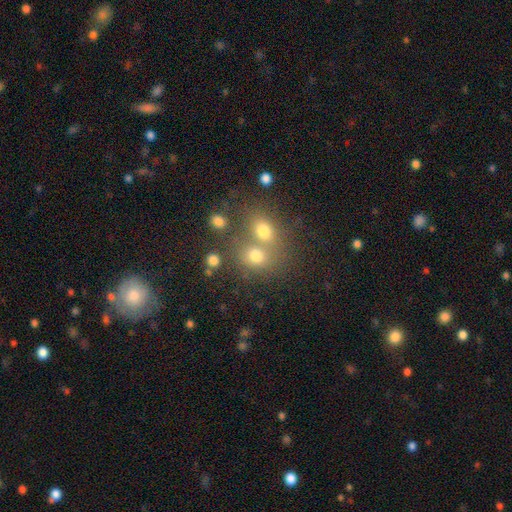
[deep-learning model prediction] smooth-or-featured: smooth: 72% | star or artifact: 17% | featured or disk: 11%
  how-rounded: round: 66% | in between: 33% | cigar-shaped: 1%
  merging: merger: 45% | none: 42% | minor disturbance: 8% | major disturbance: 5%